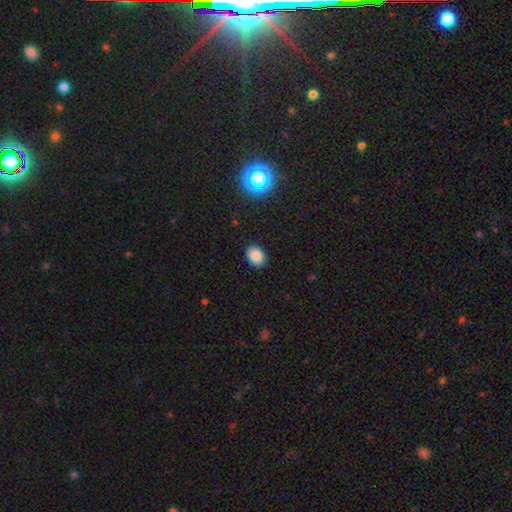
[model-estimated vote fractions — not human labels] The model was most divided on "how rounded": in between: 66%, round: 33%, cigar-shaped: 1%. More confident: merging — none (88%); smooth or featured — smooth (86%).